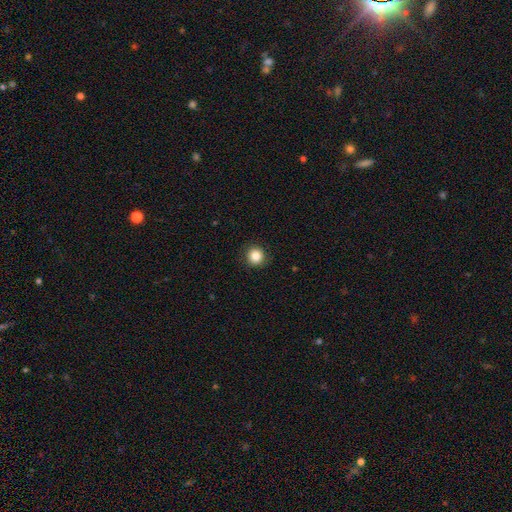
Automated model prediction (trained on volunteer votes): Smooth or featured: smooth — 86% (star or artifact — 10%)
How rounded: round — 92% (in between — 7%)
Merging: none — 91% (minor disturbance — 6%)